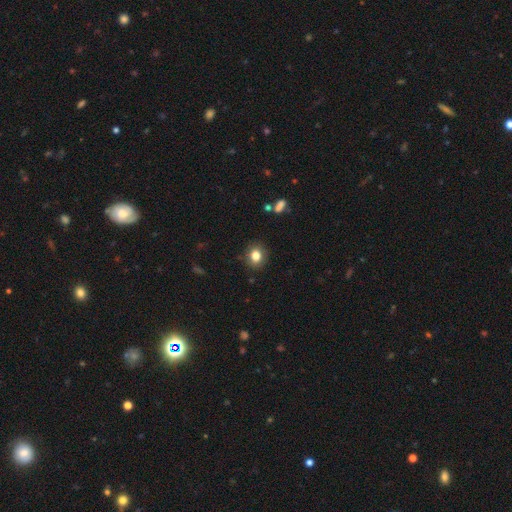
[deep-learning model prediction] Smooth or featured: smooth — 82% (star or artifact — 11%)
How rounded: round — 67% (in between — 31%)
Merging: none — 88% (minor disturbance — 9%)